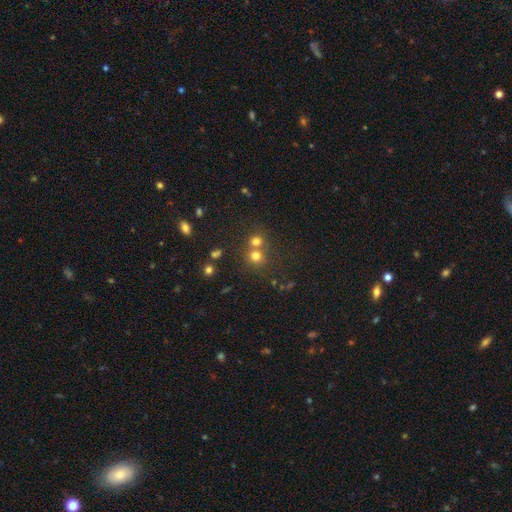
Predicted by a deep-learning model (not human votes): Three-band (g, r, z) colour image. It shows a smooth galaxy with no disk features (72%) that is round (85%). Merging: none (49%).